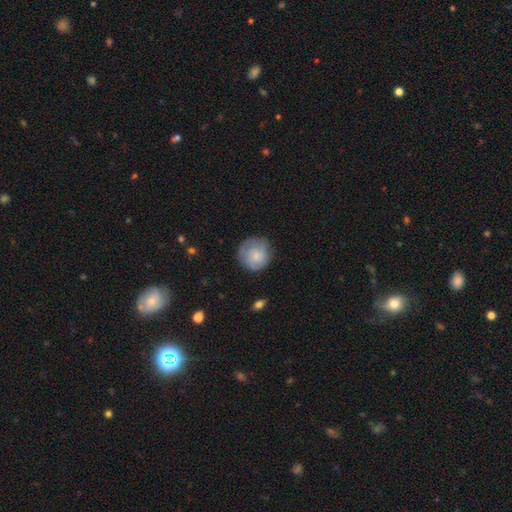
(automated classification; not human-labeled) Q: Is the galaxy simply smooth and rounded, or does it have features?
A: smooth — 64%.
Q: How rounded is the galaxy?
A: round — 90%.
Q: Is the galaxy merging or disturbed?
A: none — 72%.